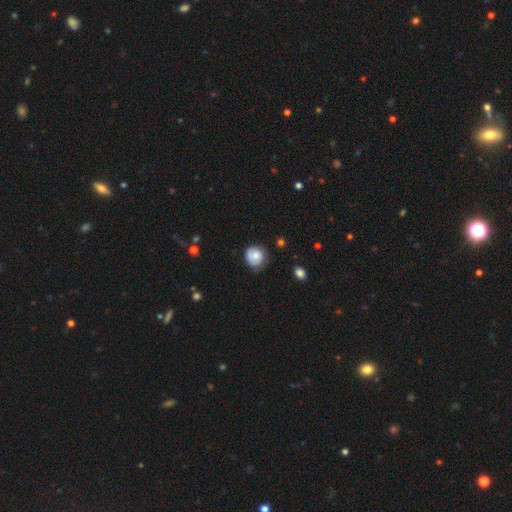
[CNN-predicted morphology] smooth 74%, featured or disk 18%, star or artifact 8%. Down the decision tree: how rounded — round (87%); merging — none (70%).